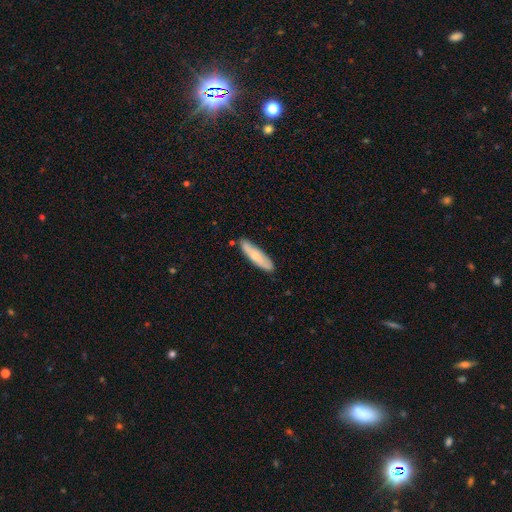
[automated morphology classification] A smooth galaxy with no disk features (69%) that is cigar-shaped (73%).

Vote fractions:
- Smooth or featured? smooth: 69% / featured or disk: 26% / star or artifact: 6%
- How rounded? cigar-shaped: 73% / in between: 25% / round: 2%
- Merging? none: 81% / minor disturbance: 15% / merger: 2% / major disturbance: 2%